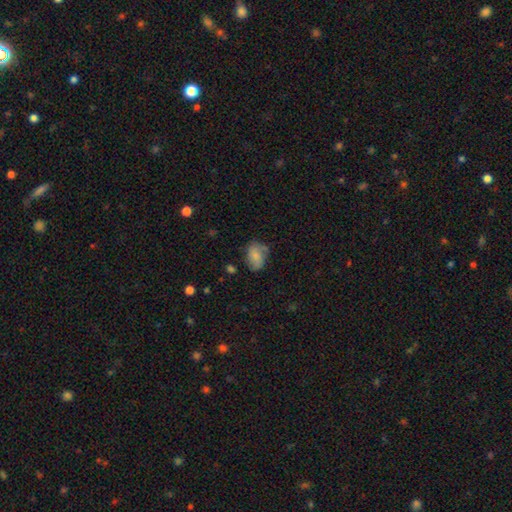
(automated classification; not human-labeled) Smooth or featured?
  - smooth: 67% *
  - featured or disk: 24%
  - star or artifact: 8%
How rounded?
  - in between: 74% *
  - round: 25%
  - cigar-shaped: 1%
Merging?
  - none: 56% *
  - minor disturbance: 30%
  - major disturbance: 10%
  - merger: 3%